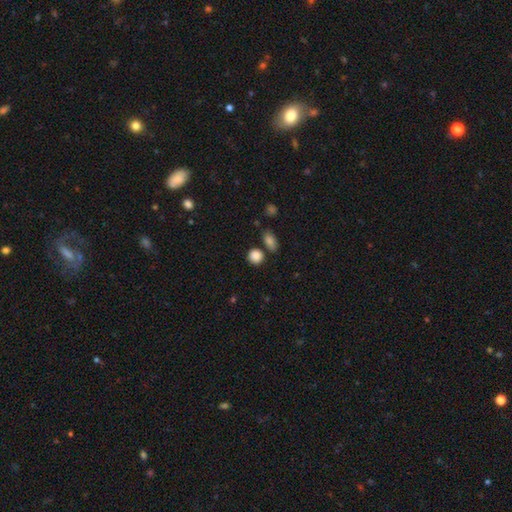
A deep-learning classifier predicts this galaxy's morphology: This is clearly a smooth galaxy (86%). How rounded: clearly round (82%). Merging: likely none (74%).